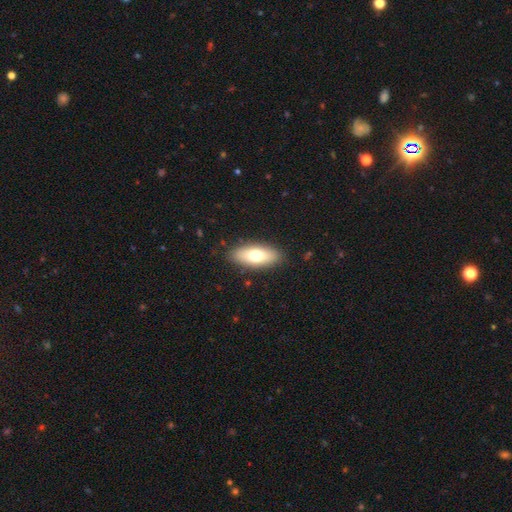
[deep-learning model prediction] smooth_or_featured: smooth (p=0.69) [alt: featured or disk p=0.24]
how_rounded: in between (p=0.79) [alt: cigar-shaped p=0.18]
merging: none (p=0.88) [alt: minor disturbance p=0.09]